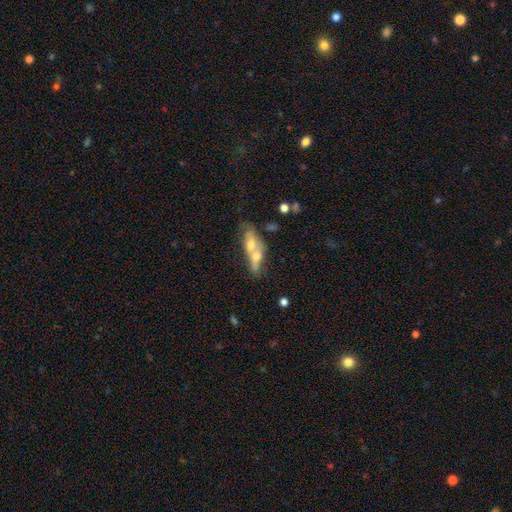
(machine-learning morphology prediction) Smooth or featured: featured or disk — 47% (smooth — 43%)
Merging: merger — 61% (none — 22%)